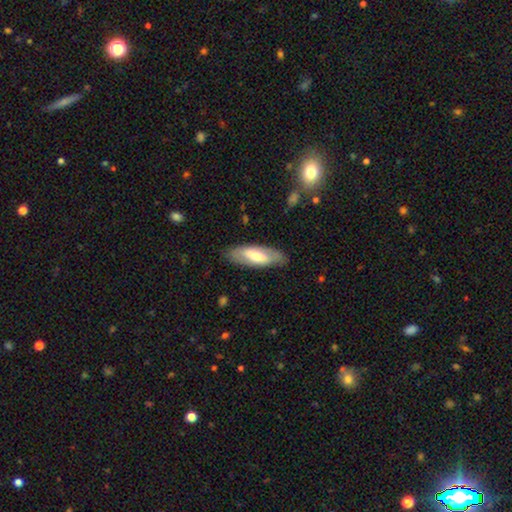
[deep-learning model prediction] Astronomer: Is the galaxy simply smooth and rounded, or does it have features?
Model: smooth — 54% (runner-up: featured or disk, 40%).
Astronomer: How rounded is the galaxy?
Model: in between — 70%.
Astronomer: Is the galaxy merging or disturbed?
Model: none — 83%.